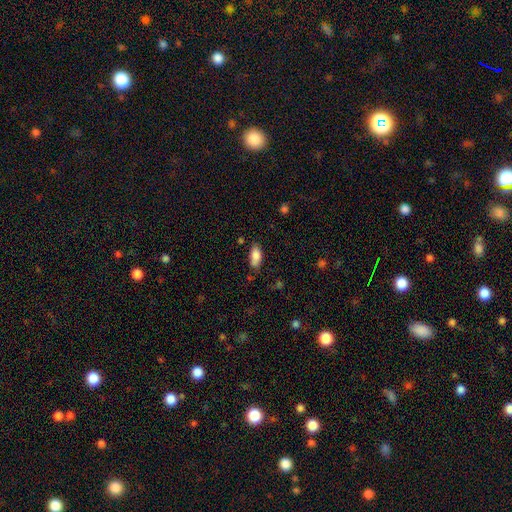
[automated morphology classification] Smooth or featured? smooth (83%)
How rounded? in between (85%)
Merging? none (73%)